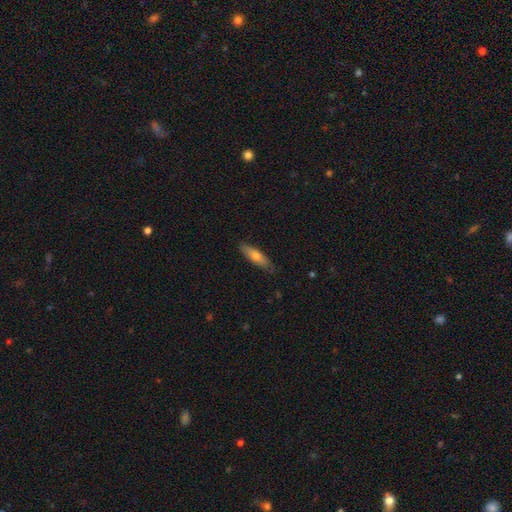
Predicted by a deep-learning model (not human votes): smooth 67%, featured or disk 27%, star or artifact 6%. Down the decision tree: how rounded — cigar-shaped (65%); merging — none (82%).